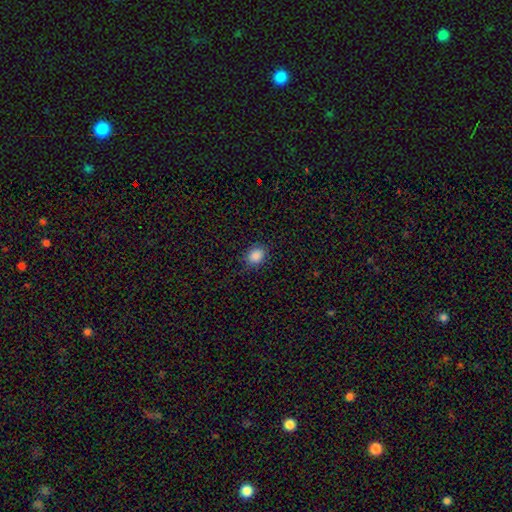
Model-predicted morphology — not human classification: Q: Smooth or featured?
A: smooth (87%); runner-up: star or artifact (9%)
Q: How rounded?
A: in between (52%); runner-up: round (47%)
Q: Merging?
A: none (82%); runner-up: minor disturbance (13%)